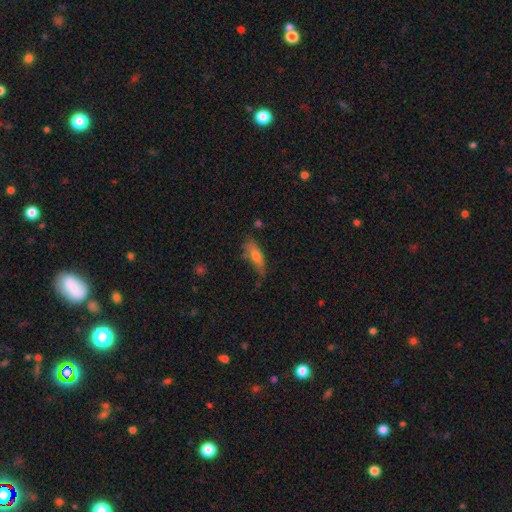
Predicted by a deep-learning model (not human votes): Smooth or featured: smooth — 66% (featured or disk — 26%)
How rounded: cigar-shaped — 52% (in between — 46%)
Merging: none — 53% (minor disturbance — 31%)